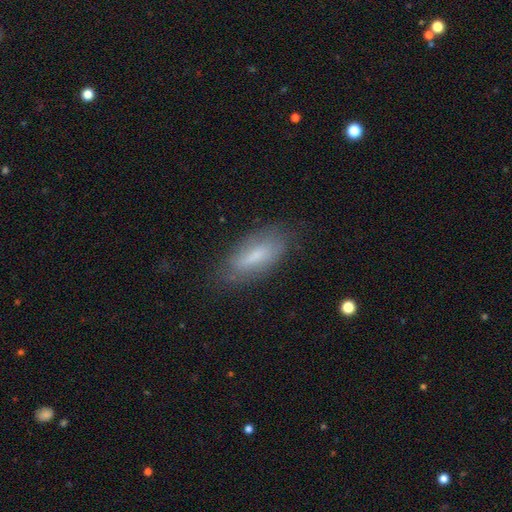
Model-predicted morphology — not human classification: This appears to be a smooth galaxy with no disk features (63%) that is in between round and cigar-shaped (70%). Merging: none (72%).